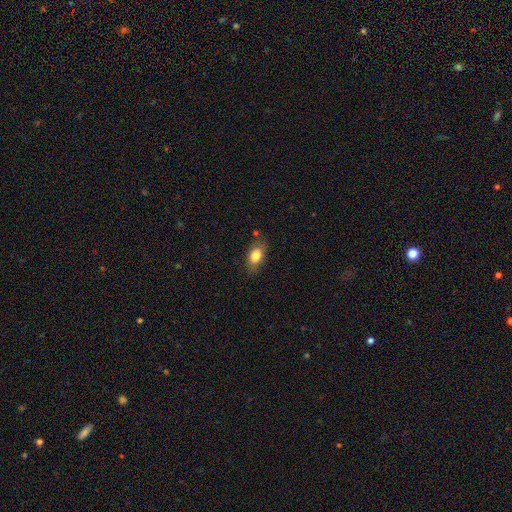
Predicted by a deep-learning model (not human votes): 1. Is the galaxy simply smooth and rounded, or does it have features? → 79% smooth, 14% featured or disk, 7% star or artifact.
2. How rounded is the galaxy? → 87% in between, 9% round, 4% cigar-shaped.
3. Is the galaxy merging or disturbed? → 76% none, 17% minor disturbance, 5% major disturbance, 2% merger.